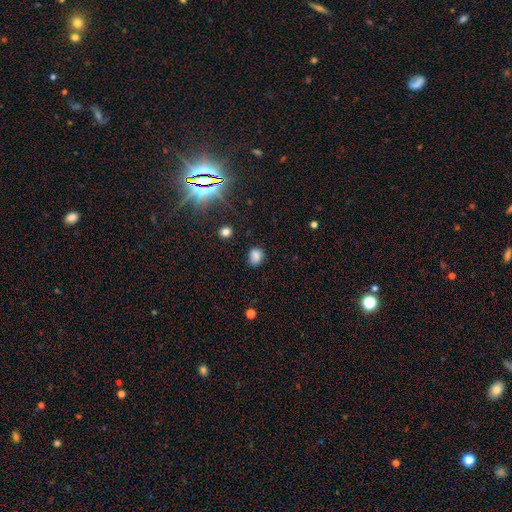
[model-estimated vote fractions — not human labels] Q: Smooth or featured?
A: smooth (79%); runner-up: star or artifact (14%)
Q: How rounded?
A: round (51%); runner-up: in between (48%)
Q: Merging?
A: none (75%); runner-up: minor disturbance (19%)